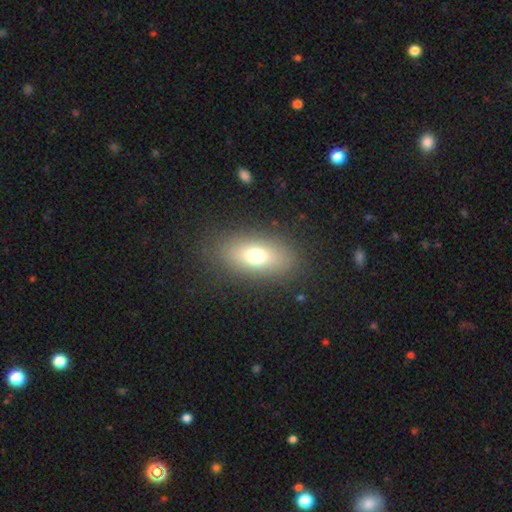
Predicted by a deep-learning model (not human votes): Smooth or featured?
  - smooth: 69% *
  - featured or disk: 18%
  - star or artifact: 13%
How rounded?
  - in between: 81% *
  - round: 13%
  - cigar-shaped: 6%
Merging?
  - none: 84% *
  - minor disturbance: 9%
  - major disturbance: 5%
  - merger: 1%